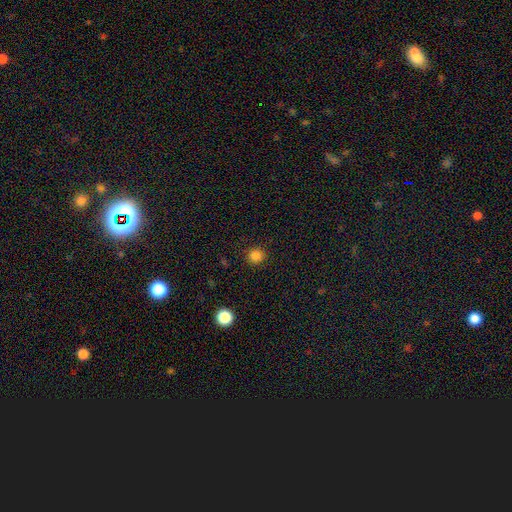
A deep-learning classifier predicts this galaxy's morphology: A smooth galaxy with no disk features (84%) that is round (94%).

Vote fractions:
- Smooth or featured? smooth: 84% / star or artifact: 13% / featured or disk: 3%
- How rounded? round: 94% / in between: 5% / cigar-shaped: 1%
- Merging? none: 91% / minor disturbance: 6% / major disturbance: 2% / merger: 1%